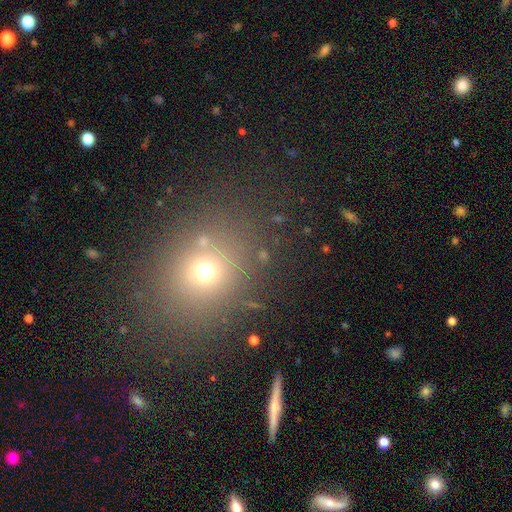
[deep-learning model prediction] Q: Smooth or featured?
A: smooth (59%); runner-up: star or artifact (31%)
Q: How rounded?
A: round (62%); runner-up: in between (36%)
Q: Merging?
A: none (85%); runner-up: minor disturbance (8%)